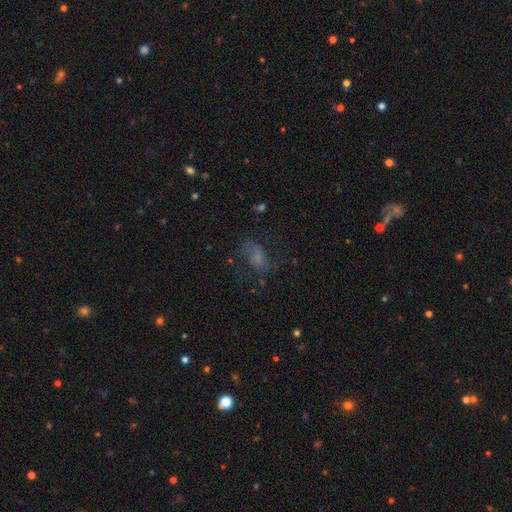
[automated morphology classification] Smooth or featured? Predicted: featured or disk (p=0.45). Merging? Predicted: none (p=0.53).